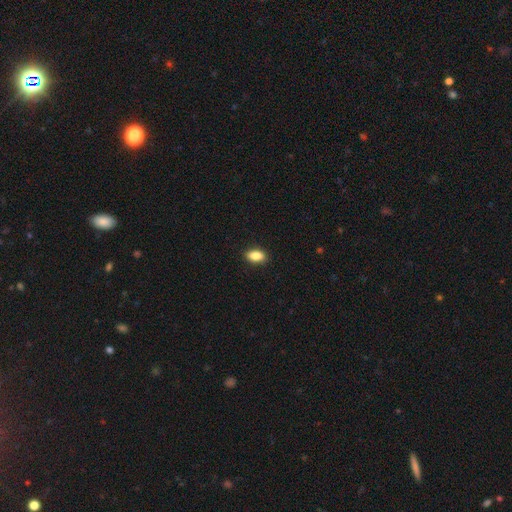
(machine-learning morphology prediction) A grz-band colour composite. It shows a smooth galaxy with no disk features (86%) that is in between round and cigar-shaped (89%). Merging: none (89%).